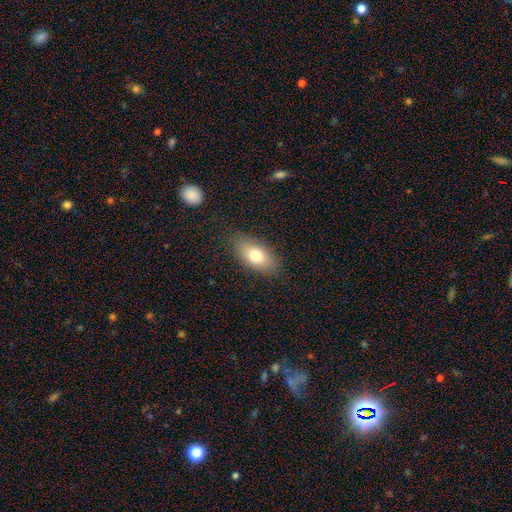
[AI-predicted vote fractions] The model was most divided on "smooth or featured": smooth: 75%, featured or disk: 17%, star or artifact: 8%. More confident: how rounded — in between (88%); merging — none (84%).